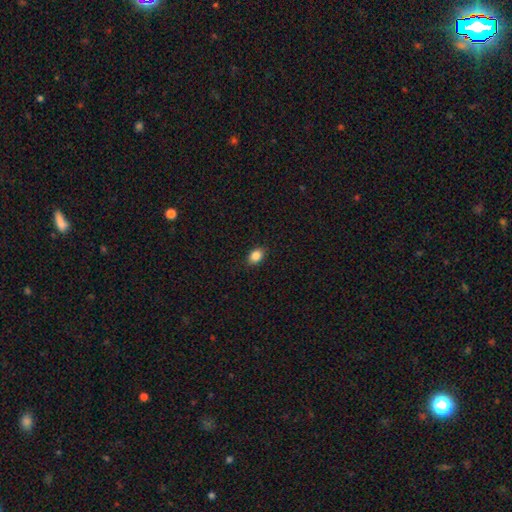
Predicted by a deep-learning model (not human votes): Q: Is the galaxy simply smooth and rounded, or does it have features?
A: smooth — 86%.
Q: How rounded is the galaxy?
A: in between — 79%.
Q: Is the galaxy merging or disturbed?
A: none — 89%.